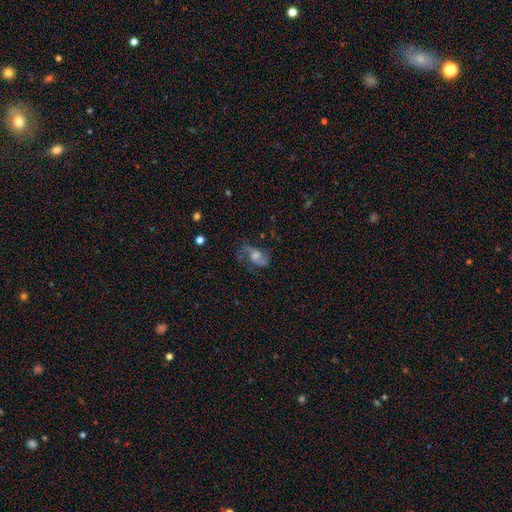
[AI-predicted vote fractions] Smooth or featured? Predicted: featured or disk (p=0.75). Edge-on disk? Predicted: no (p=0.97). Bar? Predicted: no (p=0.57). Spiral arms? Predicted: yes (p=0.92). Spiral winding? Predicted: medium (p=0.48). Spiral arm count? Predicted: 2 (p=0.82). Bulge size? Predicted: moderate (p=0.52). Merging? Predicted: none (p=0.65).